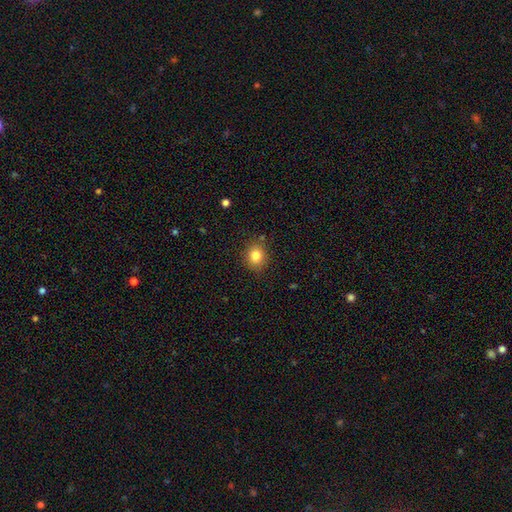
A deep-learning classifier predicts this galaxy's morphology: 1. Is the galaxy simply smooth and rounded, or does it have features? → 82% smooth, 11% star or artifact, 7% featured or disk.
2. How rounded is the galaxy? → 74% round, 25% in between, 1% cigar-shaped.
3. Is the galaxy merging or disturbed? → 85% none, 10% minor disturbance, 3% major disturbance, 2% merger.